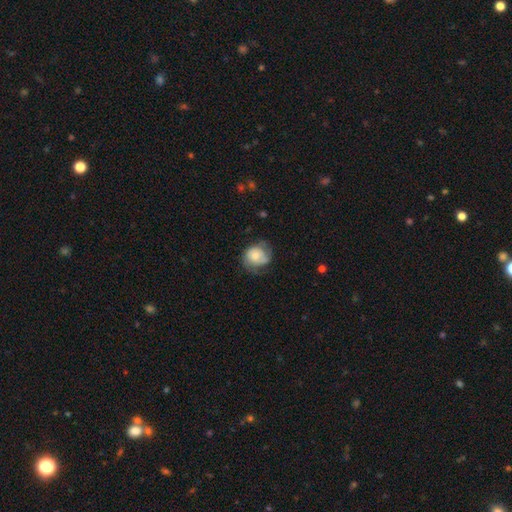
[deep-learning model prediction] Overall: smooth (62%; featured or disk 30%). How rounded: round (71%). Merging: none (50%; minor disturbance 31%).